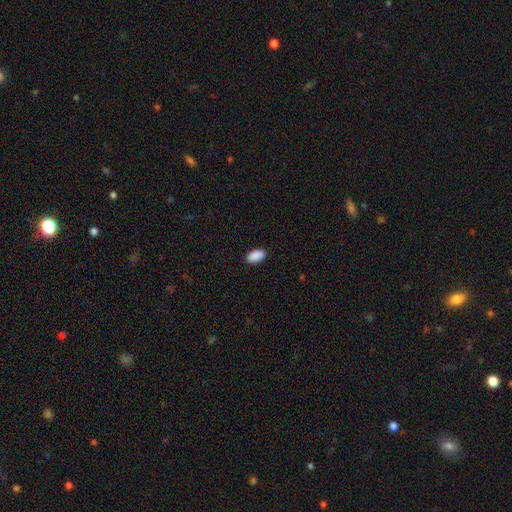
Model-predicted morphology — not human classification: Q: Smooth or featured?
A: smooth (91%); runner-up: star or artifact (7%)
Q: How rounded?
A: in between (94%); runner-up: round (4%)
Q: Merging?
A: none (90%); runner-up: minor disturbance (7%)